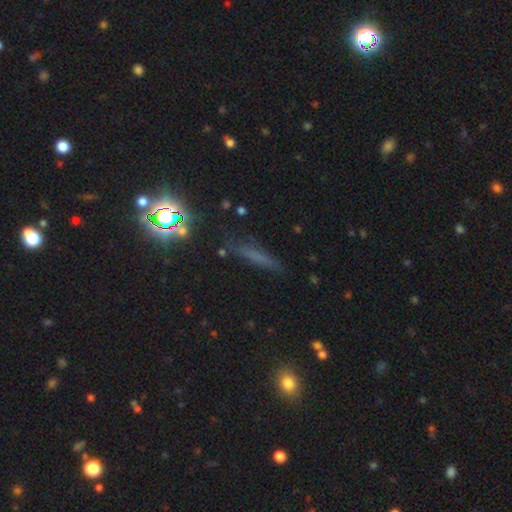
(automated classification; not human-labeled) Smooth or featured: smooth — 49% (star or artifact — 28%)
Merging: none — 79% (minor disturbance — 14%)